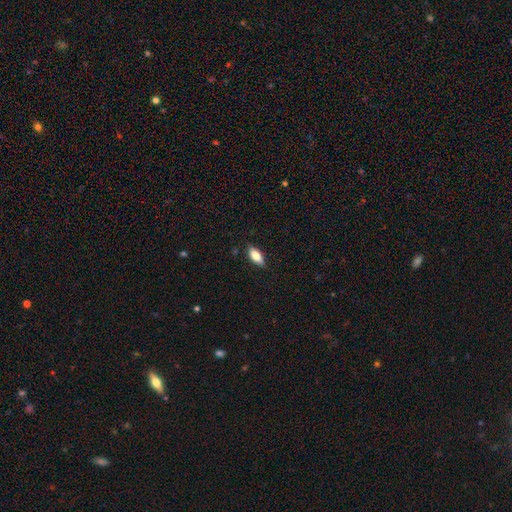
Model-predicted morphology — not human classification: A smooth galaxy with no disk features (77%) that is in between round and cigar-shaped (81%).

Vote fractions:
- Smooth or featured? smooth: 77% / featured or disk: 16% / star or artifact: 7%
- How rounded? in between: 81% / cigar-shaped: 16% / round: 3%
- Merging? none: 86% / minor disturbance: 11% / major disturbance: 2% / merger: 1%